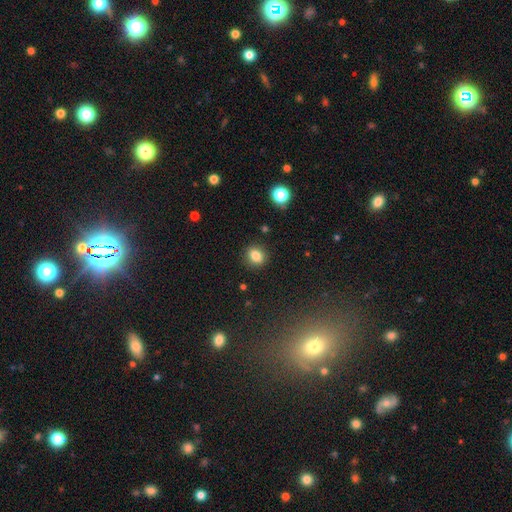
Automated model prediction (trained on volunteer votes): Morphology: type=smooth (83%); roundness=round (56%); merging=none (88%).